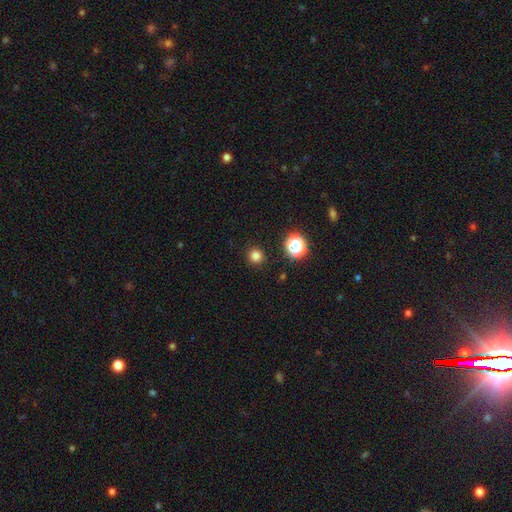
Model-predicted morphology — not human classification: Smooth or featured: smooth — 79% (star or artifact — 16%)
How rounded: round — 93% (in between — 6%)
Merging: none — 91% (minor disturbance — 5%)